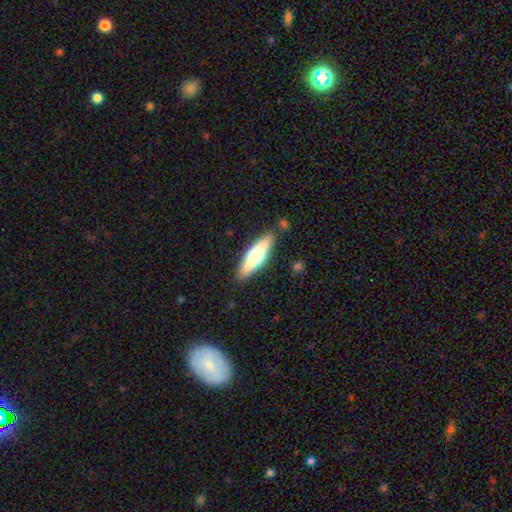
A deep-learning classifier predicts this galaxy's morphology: smooth-or-featured: smooth: 53% | featured or disk: 41% | star or artifact: 6%
  how-rounded: cigar-shaped: 64% | in between: 34% | round: 2%
  merging: none: 86% | minor disturbance: 10% | major disturbance: 2% | merger: 2%